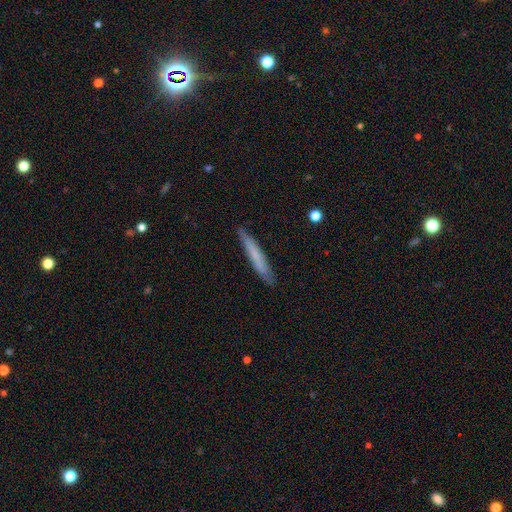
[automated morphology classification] A smooth galaxy with no disk features (64%) that is cigar-shaped (95%). Merging: none (87%).